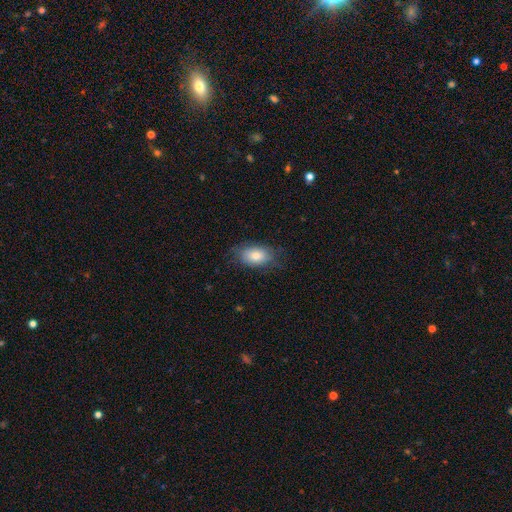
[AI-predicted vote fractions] smooth_or_featured: smooth (p=0.77) [alt: featured or disk p=0.16]
how_rounded: in between (p=0.90) [alt: round p=0.07]
merging: none (p=0.72) [alt: minor disturbance p=0.20]